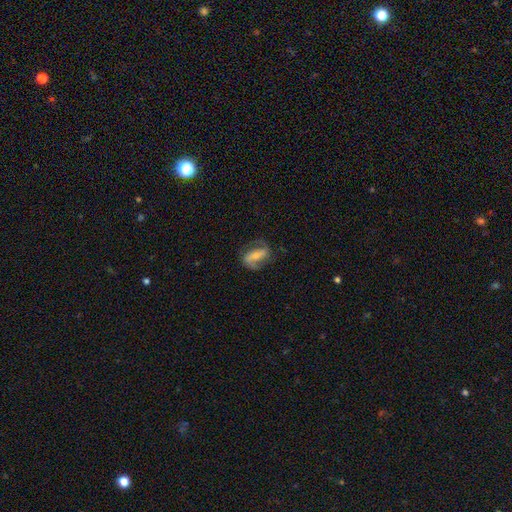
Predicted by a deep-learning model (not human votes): This appears to be a featured or disk galaxy (74%) with a strong bar (51%), 2 (86%) medium (46%) spiral arms (90%) and a small central bulge (48%). Merging: none (71%).